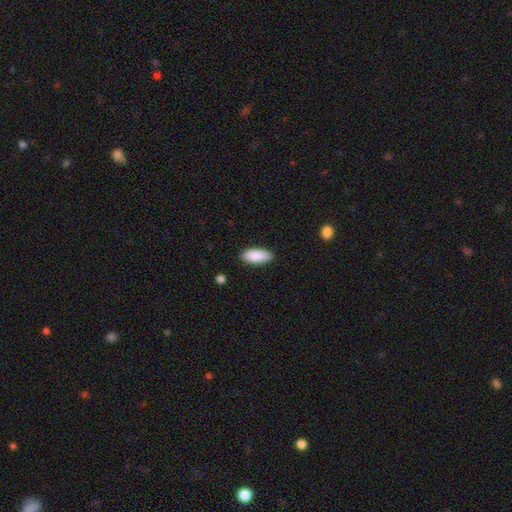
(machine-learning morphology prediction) smooth_or_featured: smooth (p=0.88) [alt: featured or disk p=0.06]
how_rounded: in between (p=0.81) [alt: cigar-shaped p=0.17]
merging: none (p=0.87) [alt: minor disturbance p=0.10]